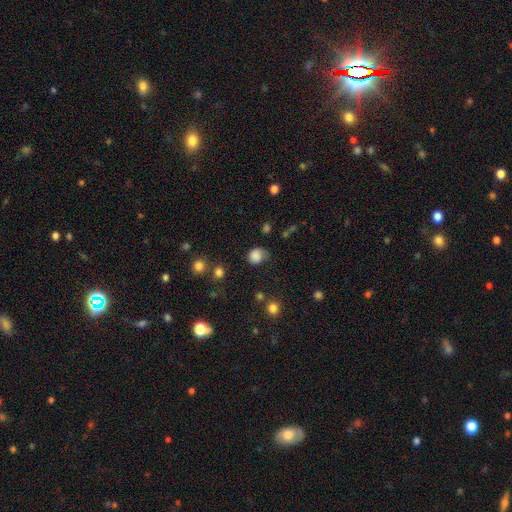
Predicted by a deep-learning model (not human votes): The model was most divided on "merging": none: 52%, minor disturbance: 31%, major disturbance: 14%, merger: 3%. More confident: smooth or featured — smooth (80%); how rounded — round (68%).